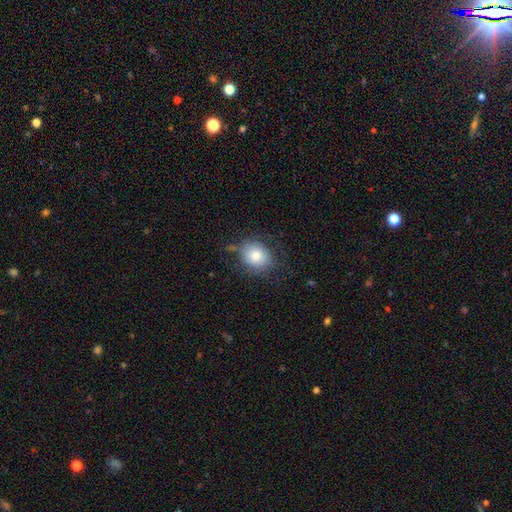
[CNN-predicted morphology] Q: Smooth or featured?
A: smooth (79%); runner-up: featured or disk (13%)
Q: How rounded?
A: round (54%); runner-up: in between (45%)
Q: Merging?
A: none (66%); runner-up: minor disturbance (22%)